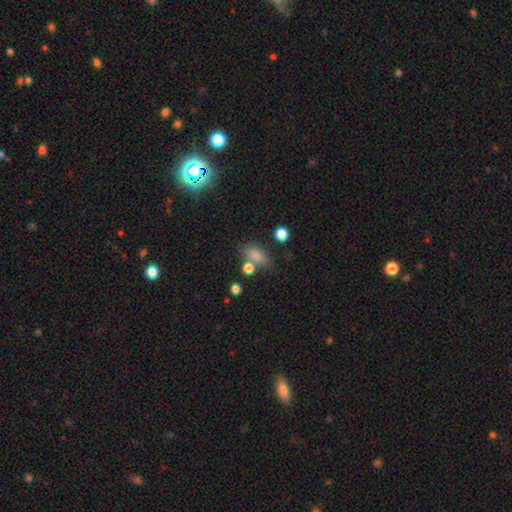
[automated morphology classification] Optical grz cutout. It shows a smooth galaxy with no disk features (81%) that is in between round and cigar-shaped (80%). Merging: none (63%).